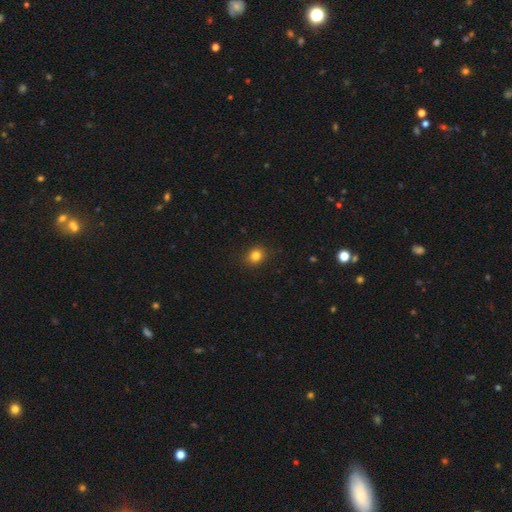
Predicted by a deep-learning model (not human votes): A smooth galaxy with no disk features (82%) that is round (69%).

Vote fractions:
- Smooth or featured? smooth: 82% / star or artifact: 12% / featured or disk: 6%
- How rounded? round: 69% / in between: 30% / cigar-shaped: 1%
- Merging? none: 89% / minor disturbance: 8% / major disturbance: 2% / merger: 1%